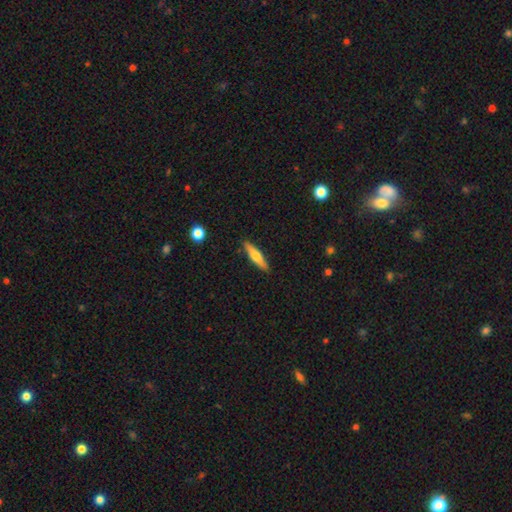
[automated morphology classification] Smooth or featured? Predicted: smooth (p=0.56). How rounded? Predicted: cigar-shaped (p=0.82). Merging? Predicted: none (p=0.89).